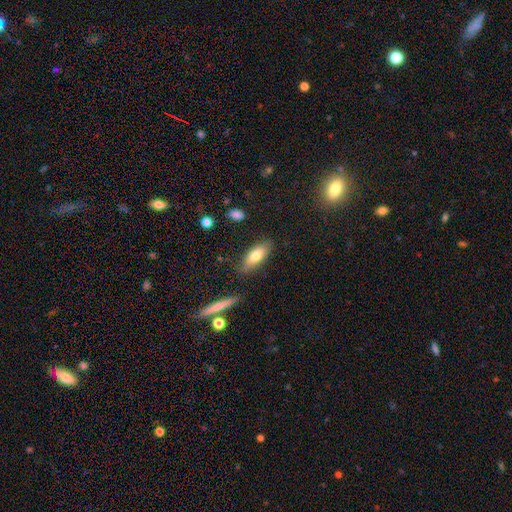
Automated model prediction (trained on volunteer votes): The model was most divided on "how rounded": in between: 74%, cigar-shaped: 23%, round: 3%. More confident: merging — none (80%); smooth or featured — smooth (74%).